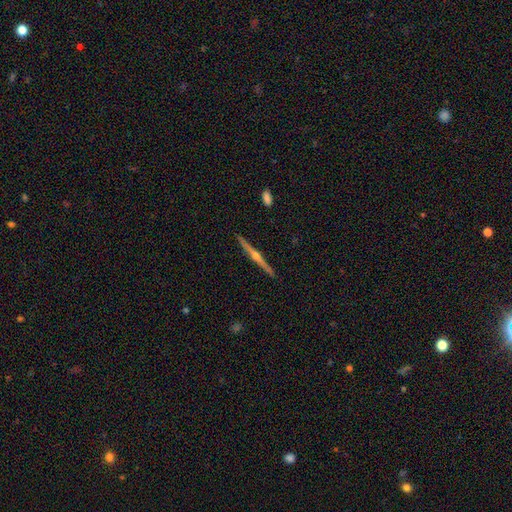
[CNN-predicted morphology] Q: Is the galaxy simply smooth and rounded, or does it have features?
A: featured or disk — 83%.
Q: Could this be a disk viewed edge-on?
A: yes — 99%.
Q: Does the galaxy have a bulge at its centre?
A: rounded — 93%.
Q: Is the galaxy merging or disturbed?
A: none — 92%.